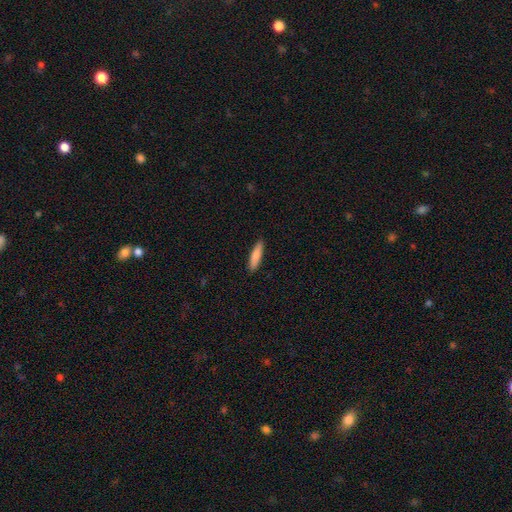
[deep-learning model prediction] smooth-or-featured: smooth: 84% | featured or disk: 10% | star or artifact: 6%
  how-rounded: cigar-shaped: 79% | in between: 20% | round: 1%
  merging: none: 90% | minor disturbance: 8% | major disturbance: 2% | merger: 1%